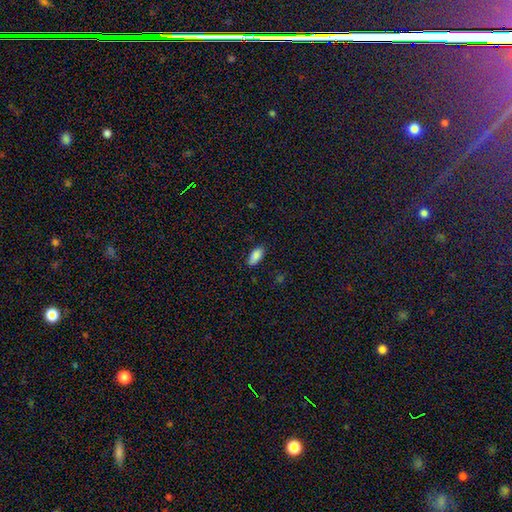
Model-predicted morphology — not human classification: Smooth or featured? Predicted: smooth (p=0.87). How rounded? Predicted: in between (p=0.91). Merging? Predicted: none (p=0.81).